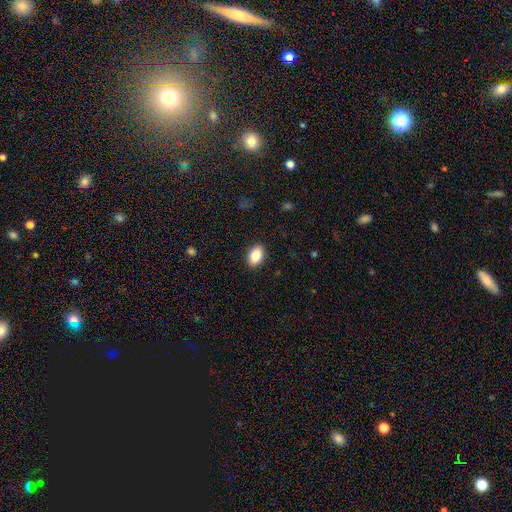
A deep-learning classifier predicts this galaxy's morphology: Smooth or featured? Predicted: smooth (p=0.85). How rounded? Predicted: in between (p=0.90). Merging? Predicted: none (p=0.89).